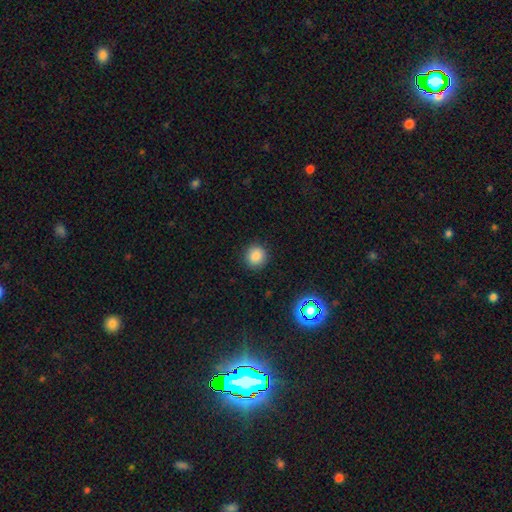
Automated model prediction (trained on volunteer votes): Smooth or featured? Predicted: smooth (p=0.85). How rounded? Predicted: round (p=0.90). Merging? Predicted: none (p=0.90).